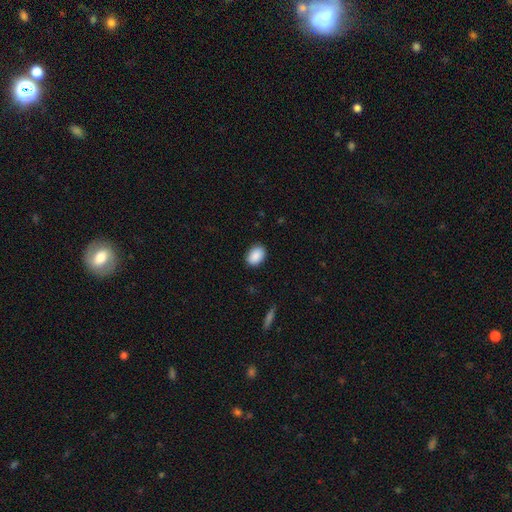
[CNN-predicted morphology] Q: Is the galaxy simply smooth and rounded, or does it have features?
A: smooth — 90%.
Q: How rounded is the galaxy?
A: in between — 82%.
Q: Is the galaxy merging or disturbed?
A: none — 88%.